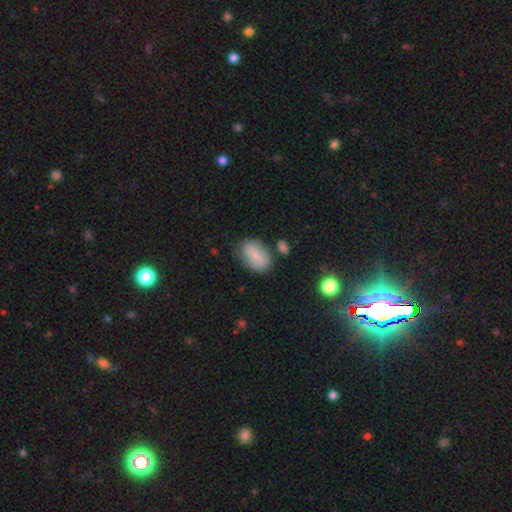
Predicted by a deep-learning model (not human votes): smooth_or_featured: smooth (p=0.62) [alt: featured or disk p=0.31]
how_rounded: in between (p=0.86) [alt: round p=0.12]
merging: none (p=0.73) [alt: minor disturbance p=0.17]